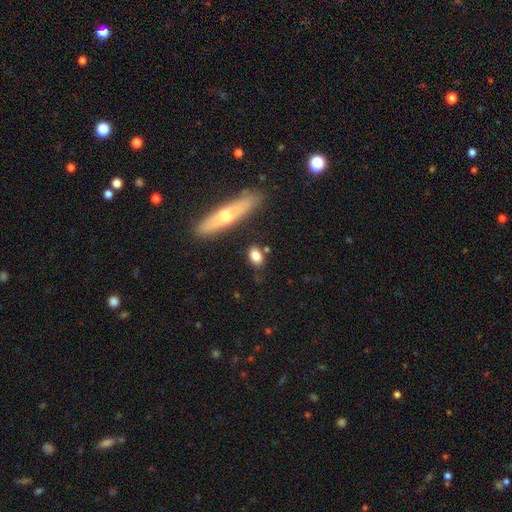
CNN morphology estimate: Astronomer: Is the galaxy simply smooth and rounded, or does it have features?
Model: smooth — 79%.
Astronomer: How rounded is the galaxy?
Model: in between — 72%.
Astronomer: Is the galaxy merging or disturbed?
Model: none — 75%.